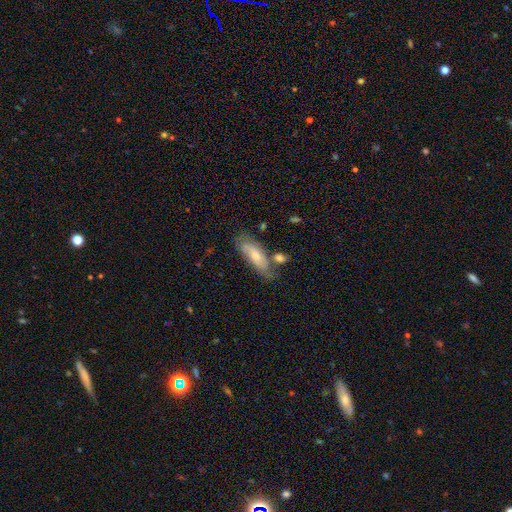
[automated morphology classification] Smooth or featured? Predicted: smooth (p=0.52). How rounded? Predicted: in between (p=0.65). Merging? Predicted: none (p=0.55).